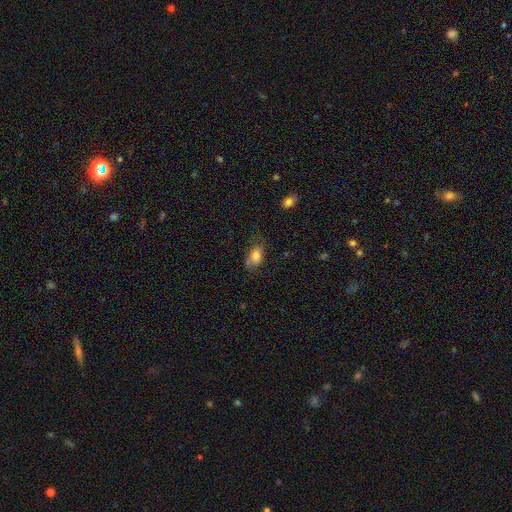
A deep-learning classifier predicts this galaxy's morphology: Smooth or featured: smooth — 75% (featured or disk — 16%)
How rounded: in between — 82% (round — 15%)
Merging: none — 55% (minor disturbance — 26%)